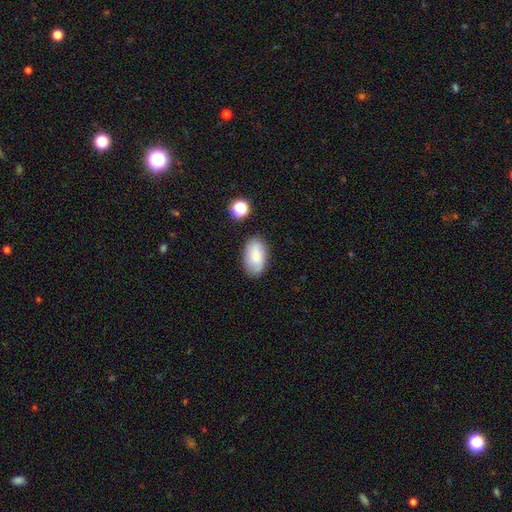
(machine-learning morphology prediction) Smooth or featured? Predicted: smooth (p=0.78). How rounded? Predicted: in between (p=0.93). Merging? Predicted: none (p=0.82).